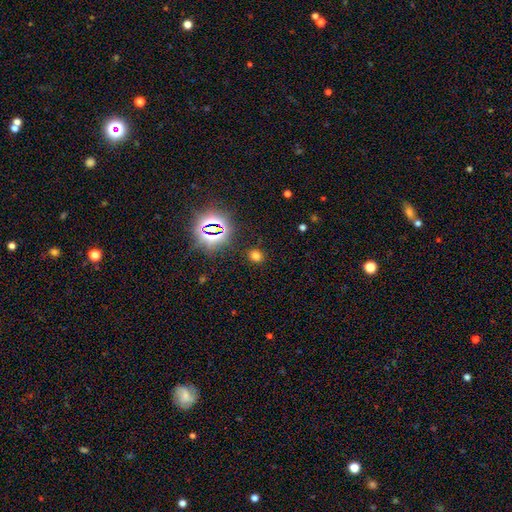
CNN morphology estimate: This is likely a smooth galaxy (65%). How rounded: likely round (72%). Merging: clearly none (87%).